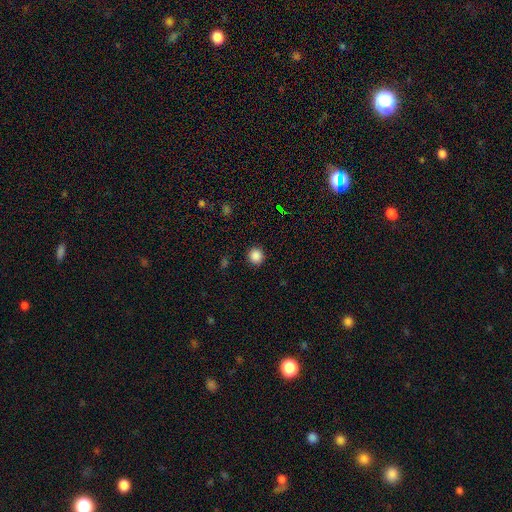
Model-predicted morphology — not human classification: smooth-or-featured: smooth: 86% | star or artifact: 11% | featured or disk: 3%
  how-rounded: round: 93% | in between: 6% | cigar-shaped: 1%
  merging: none: 91% | minor disturbance: 6% | major disturbance: 2% | merger: 1%